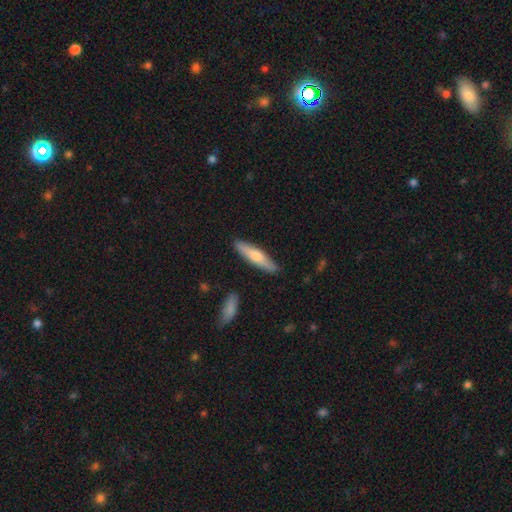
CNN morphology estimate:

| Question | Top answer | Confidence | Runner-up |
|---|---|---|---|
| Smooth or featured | smooth | 57% | featured or disk (37%) |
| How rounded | cigar-shaped | 82% | in between (16%) |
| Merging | none | 88% | minor disturbance (8%) |